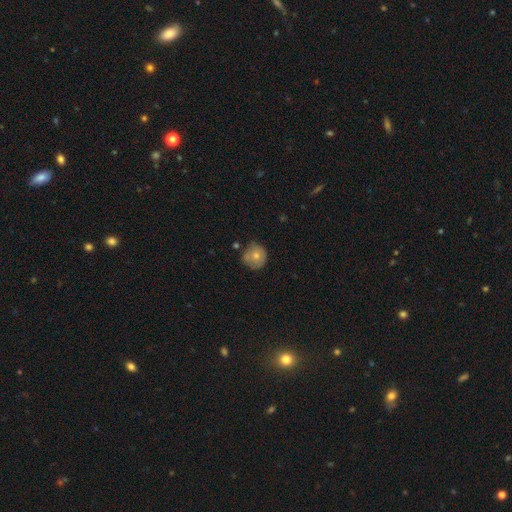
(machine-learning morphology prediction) Overall: smooth (70%). How rounded: round (91%). Merging: none (68%).